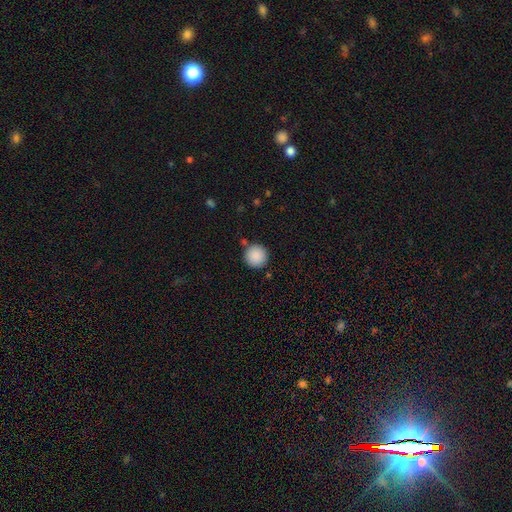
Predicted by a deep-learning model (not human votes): Morphology: type=smooth (89%); roundness=round (96%); merging=none (86%).